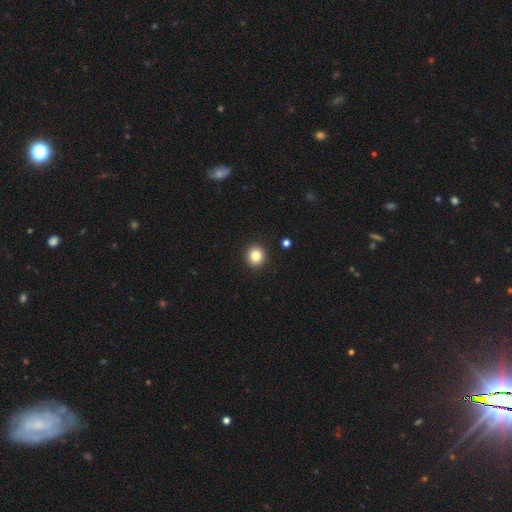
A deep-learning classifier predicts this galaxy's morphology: Smooth or featured? Predicted: smooth (p=0.84). How rounded? Predicted: round (p=0.92). Merging? Predicted: none (p=0.93).